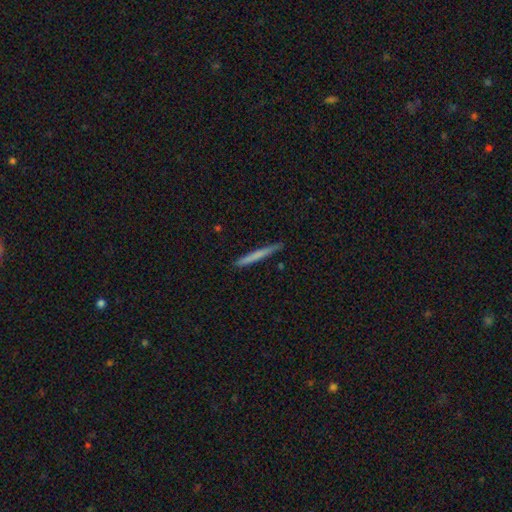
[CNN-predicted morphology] Q: Smooth or featured?
A: smooth (66%); runner-up: featured or disk (28%)
Q: How rounded?
A: cigar-shaped (97%); runner-up: in between (2%)
Q: Merging?
A: none (89%); runner-up: minor disturbance (8%)